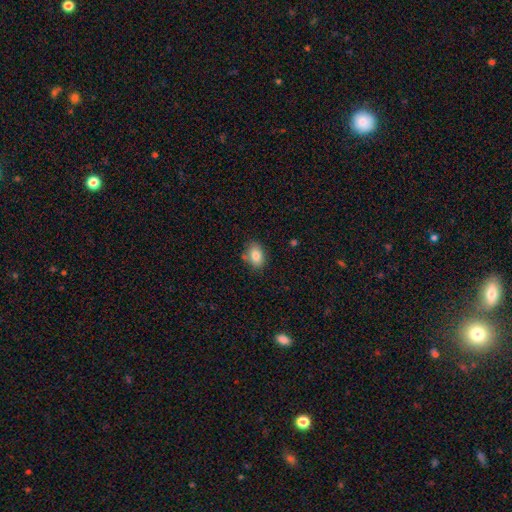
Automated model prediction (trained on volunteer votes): Morphology: type=smooth (83%); roundness=in between (76%); merging=none (72%).